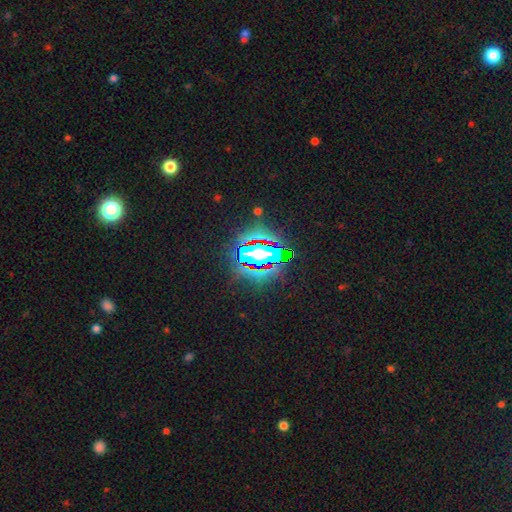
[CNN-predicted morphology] This appears to be a star or artifact, not a galaxy (80%).